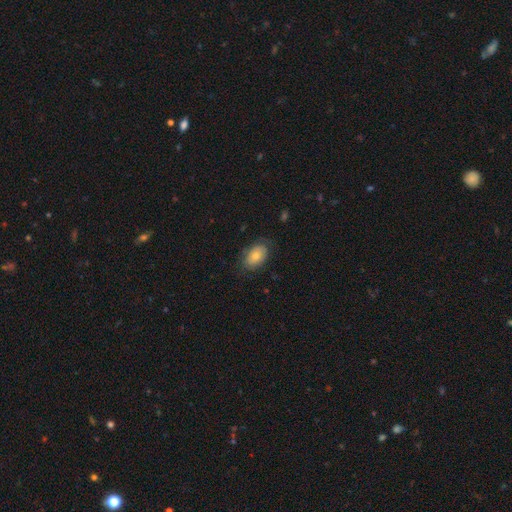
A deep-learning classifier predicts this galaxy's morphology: Q: Smooth or featured?
A: smooth (71%); runner-up: featured or disk (22%)
Q: How rounded?
A: in between (88%); runner-up: round (10%)
Q: Merging?
A: none (71%); runner-up: minor disturbance (21%)